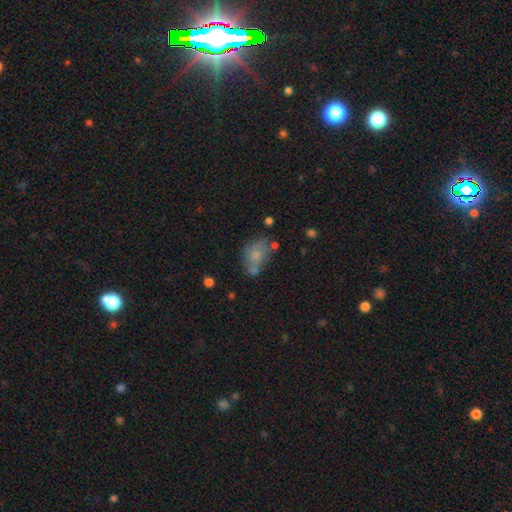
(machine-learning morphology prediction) smooth_or_featured: smooth (p=0.64) [alt: featured or disk p=0.23]
how_rounded: in between (p=0.76) [alt: round p=0.22]
merging: none (p=0.44) [alt: merger p=0.23]